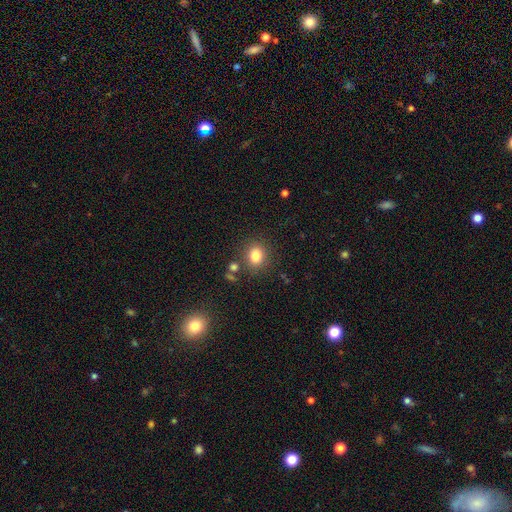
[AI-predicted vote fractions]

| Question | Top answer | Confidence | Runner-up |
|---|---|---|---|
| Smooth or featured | smooth | 82% | star or artifact (12%) |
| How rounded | round | 66% | in between (33%) |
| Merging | none | 80% | minor disturbance (10%) |